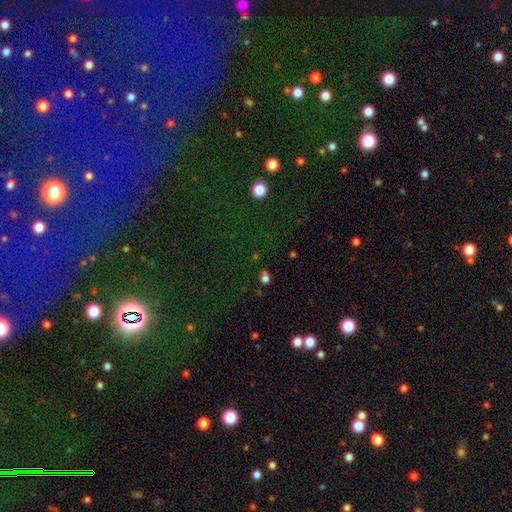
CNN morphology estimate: smooth-or-featured: star or artifact: 78% | smooth: 13% | featured or disk: 9%